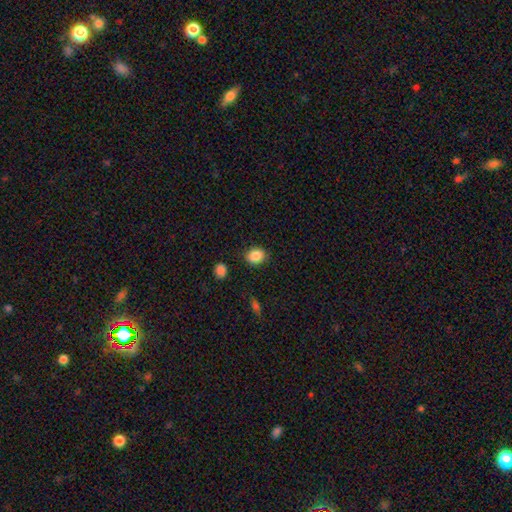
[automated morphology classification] Smooth or featured? Predicted: smooth (p=0.86). How rounded? Predicted: round (p=0.56). Merging? Predicted: none (p=0.84).